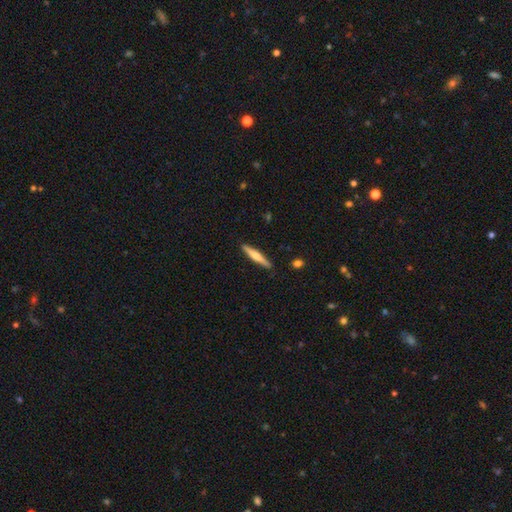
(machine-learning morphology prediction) Smooth or featured: smooth — 50% (featured or disk — 45%)
Merging: none — 90% (minor disturbance — 7%)